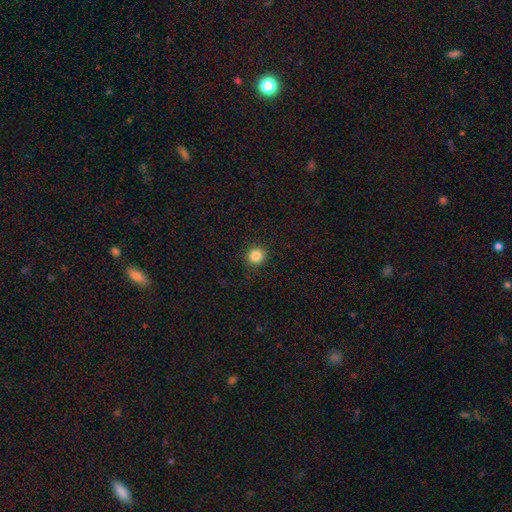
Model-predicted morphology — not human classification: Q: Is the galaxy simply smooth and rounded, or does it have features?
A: smooth — 85%.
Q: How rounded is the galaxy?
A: round — 91%.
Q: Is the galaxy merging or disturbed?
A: none — 91%.